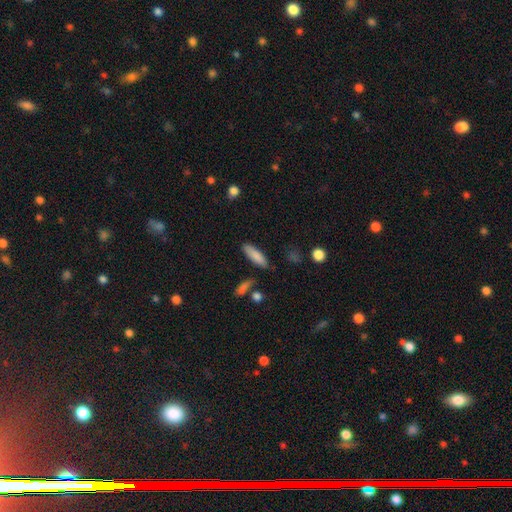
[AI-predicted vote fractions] The model was most divided on "how rounded": cigar-shaped: 54%, in between: 44%, round: 2%. More confident: smooth or featured — smooth (84%); merging — none (81%).